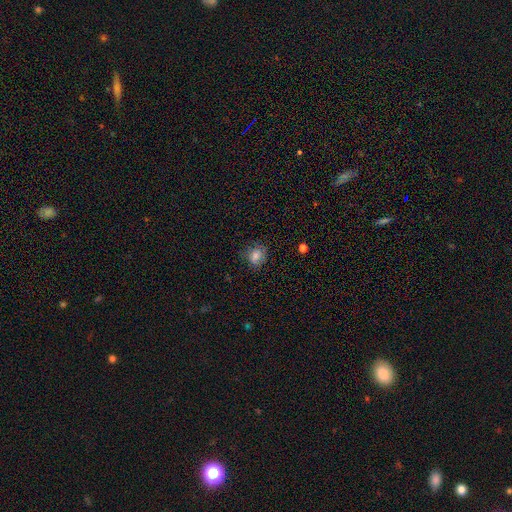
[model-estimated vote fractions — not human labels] smooth-or-featured: smooth: 73% | featured or disk: 14% | star or artifact: 13%
  how-rounded: round: 66% | in between: 33% | cigar-shaped: 1%
  merging: none: 70% | minor disturbance: 21% | major disturbance: 8% | merger: 1%